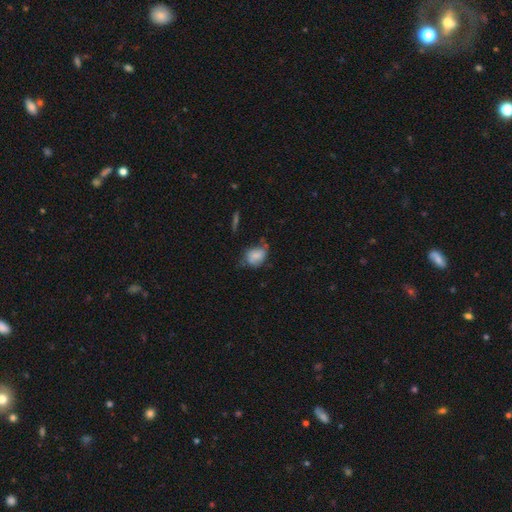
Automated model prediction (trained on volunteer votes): smooth-or-featured: smooth: 68% | featured or disk: 23% | star or artifact: 9%
  how-rounded: in between: 64% | round: 35% | cigar-shaped: 1%
  merging: none: 46% | minor disturbance: 35% | major disturbance: 13% | merger: 6%